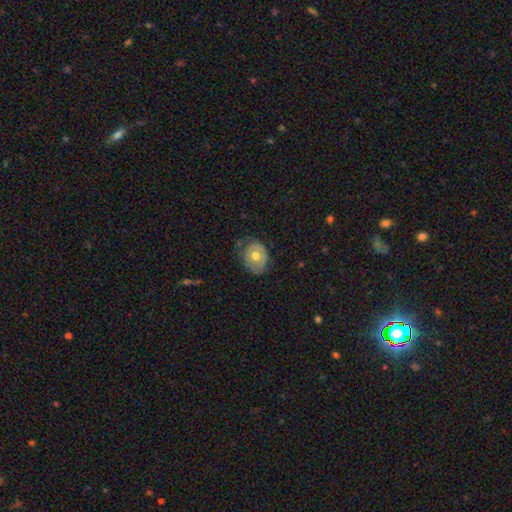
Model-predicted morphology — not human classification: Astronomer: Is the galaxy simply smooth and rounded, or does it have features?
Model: smooth — 52% (runner-up: featured or disk, 41%).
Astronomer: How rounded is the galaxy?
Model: round — 52% (runner-up: in between, 47%).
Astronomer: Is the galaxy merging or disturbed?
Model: none — 60%.